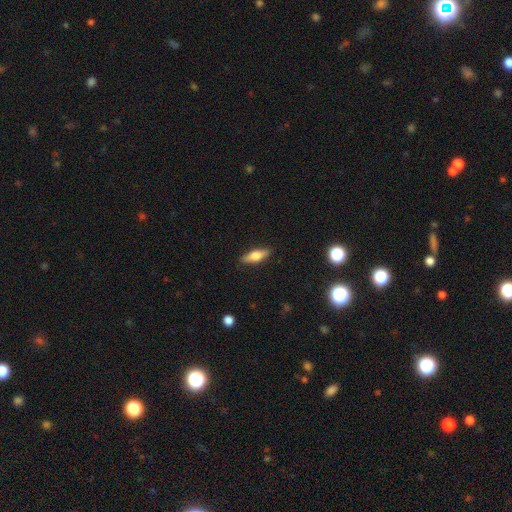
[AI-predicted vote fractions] smooth-or-featured: smooth: 61% | featured or disk: 32% | star or artifact: 7%
  how-rounded: in between: 56% | cigar-shaped: 41% | round: 3%
  merging: none: 88% | minor disturbance: 9% | major disturbance: 2% | merger: 1%